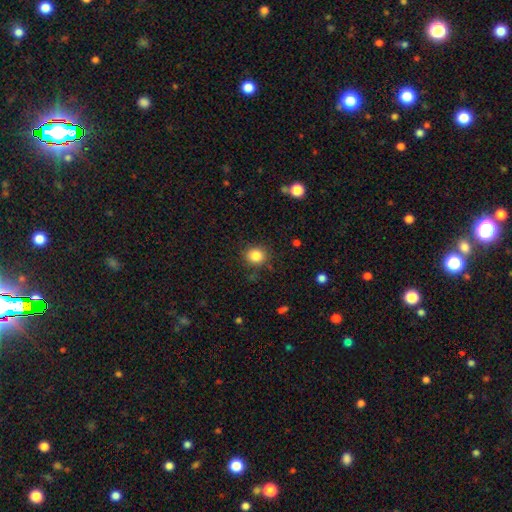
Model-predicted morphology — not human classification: Smooth or featured?
  - smooth: 84% *
  - star or artifact: 11%
  - featured or disk: 5%
How rounded?
  - round: 84% *
  - in between: 15%
  - cigar-shaped: 1%
Merging?
  - none: 85% *
  - minor disturbance: 10%
  - major disturbance: 3%
  - merger: 2%